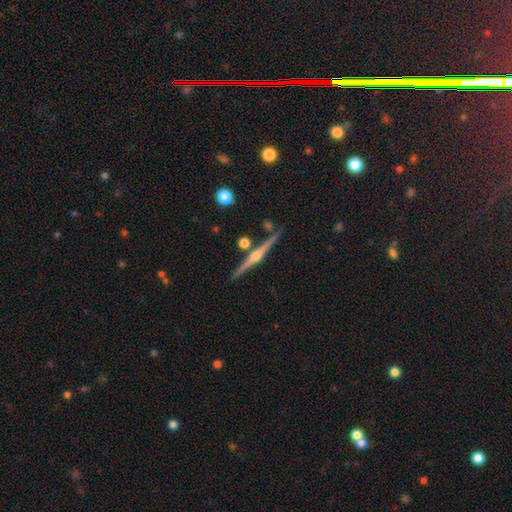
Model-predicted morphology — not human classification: Overall: featured or disk (87%). Edge-on disk: yes (99%). Edge-on bulge: rounded (94%). Merging: none (87%).